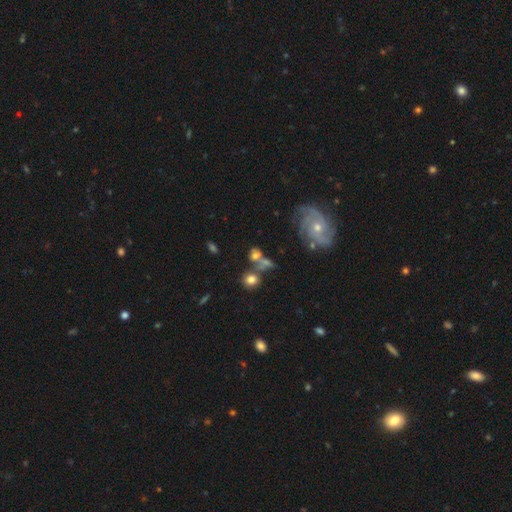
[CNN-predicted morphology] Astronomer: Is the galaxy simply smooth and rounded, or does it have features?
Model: smooth — 54%.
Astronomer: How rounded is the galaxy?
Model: round — 55% (runner-up: in between, 40%).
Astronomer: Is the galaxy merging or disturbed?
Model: none — 46% (runner-up: merger, 30%).